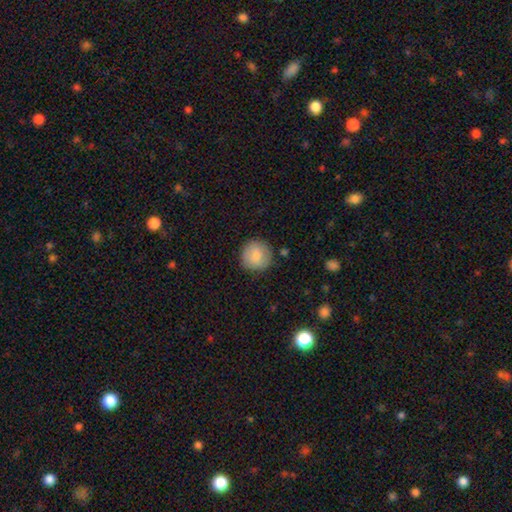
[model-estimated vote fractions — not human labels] smooth-or-featured: smooth: 83% | featured or disk: 10% | star or artifact: 7%
  how-rounded: round: 94% | in between: 5% | cigar-shaped: 1%
  merging: none: 86% | minor disturbance: 10% | major disturbance: 2% | merger: 2%